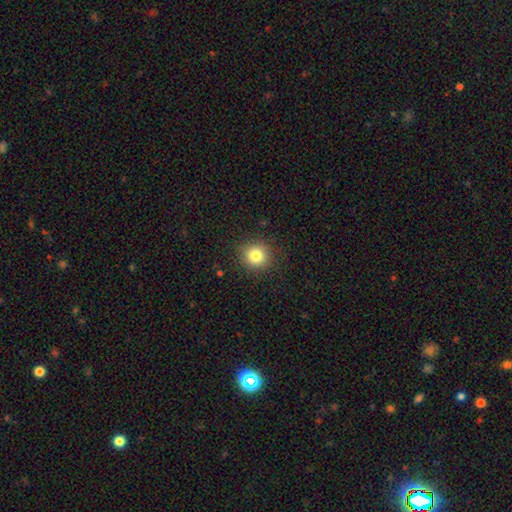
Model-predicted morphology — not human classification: Q: Smooth or featured?
A: smooth (82%); runner-up: star or artifact (11%)
Q: How rounded?
A: round (91%); runner-up: in between (9%)
Q: Merging?
A: none (90%); runner-up: minor disturbance (7%)